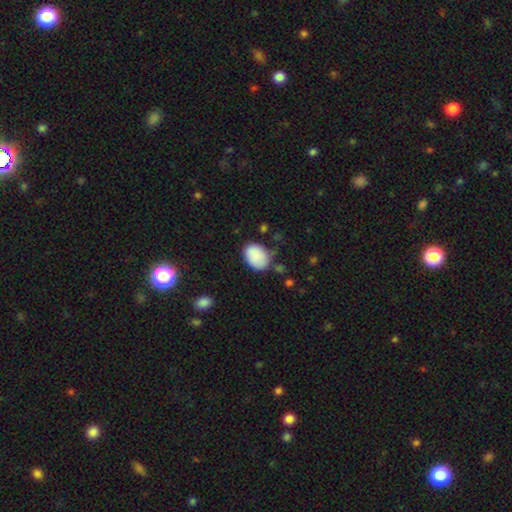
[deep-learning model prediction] Smooth or featured: smooth — 88% (star or artifact — 7%)
How rounded: in between — 78% (round — 21%)
Merging: none — 66% (minor disturbance — 24%)